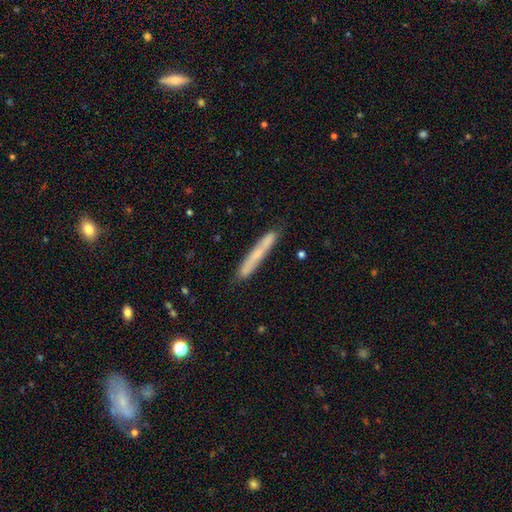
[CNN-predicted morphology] smooth 56%, featured or disk 37%, star or artifact 7%. Down the decision tree: how rounded — cigar-shaped (96%); merging — none (80%).